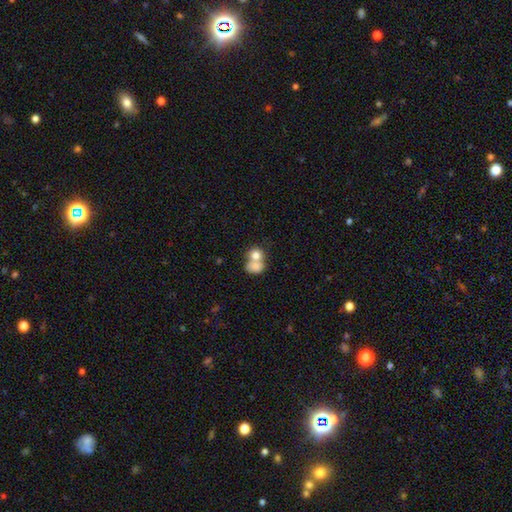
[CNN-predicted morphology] Overall: smooth (77%). How rounded: round (68%; in between 31%). Merging: merger (64%; none 25%).